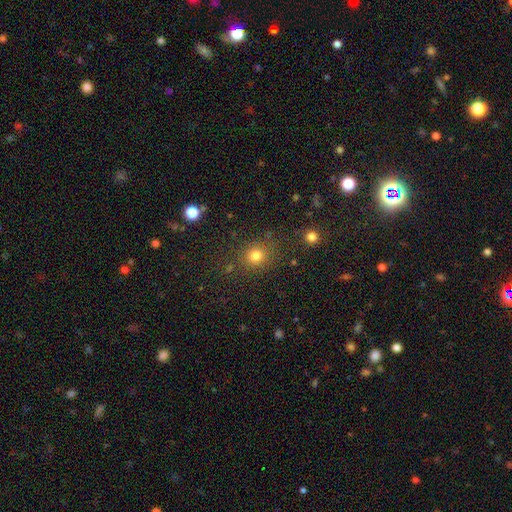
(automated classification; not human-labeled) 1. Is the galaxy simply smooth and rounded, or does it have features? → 79% smooth, 15% star or artifact, 6% featured or disk.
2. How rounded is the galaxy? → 83% round, 16% in between, 1% cigar-shaped.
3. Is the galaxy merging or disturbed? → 81% none, 10% minor disturbance, 5% merger, 5% major disturbance.